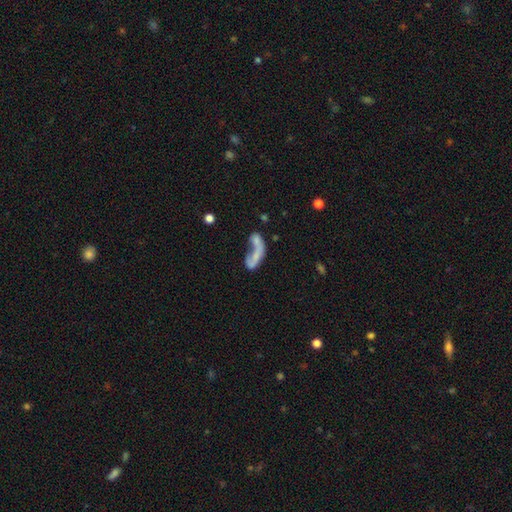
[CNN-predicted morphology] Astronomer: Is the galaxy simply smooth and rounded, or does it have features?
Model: smooth — 45% (runner-up: featured or disk, 44%).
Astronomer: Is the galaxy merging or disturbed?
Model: merger — 39% (runner-up: major disturbance, 31%).